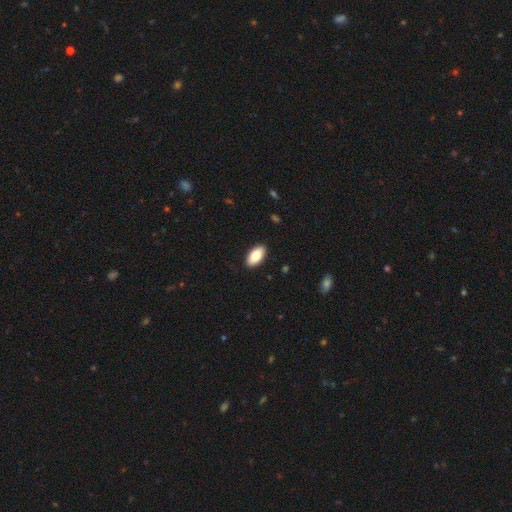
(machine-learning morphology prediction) The model was most divided on "smooth or featured": smooth: 79%, featured or disk: 14%, star or artifact: 6%. More confident: how rounded — in between (94%); merging — none (89%).